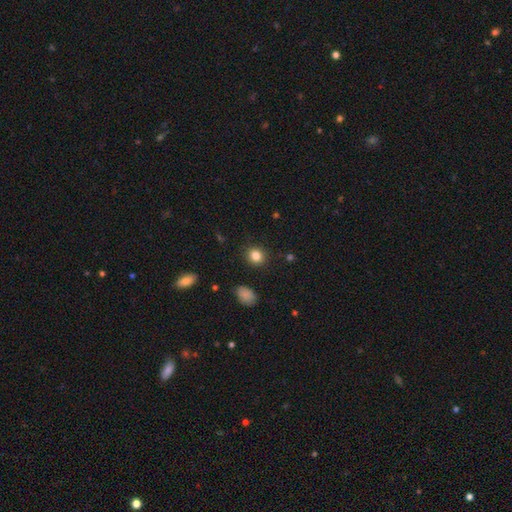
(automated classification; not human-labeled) This appears to be a smooth galaxy with no disk features (83%) that is round (78%). Merging: none (90%).